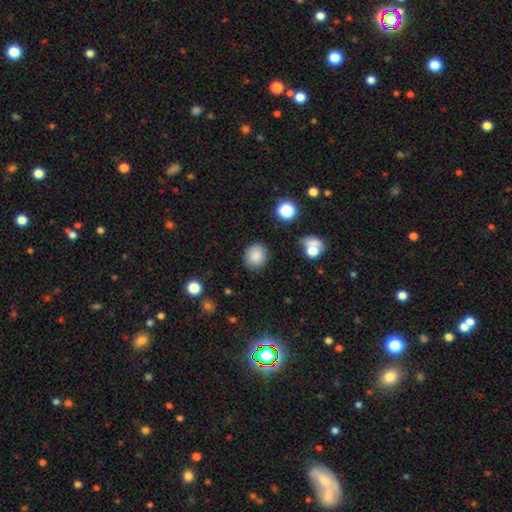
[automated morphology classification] This appears to be a smooth galaxy with no disk features (85%) that is round (75%). Merging: none (85%).